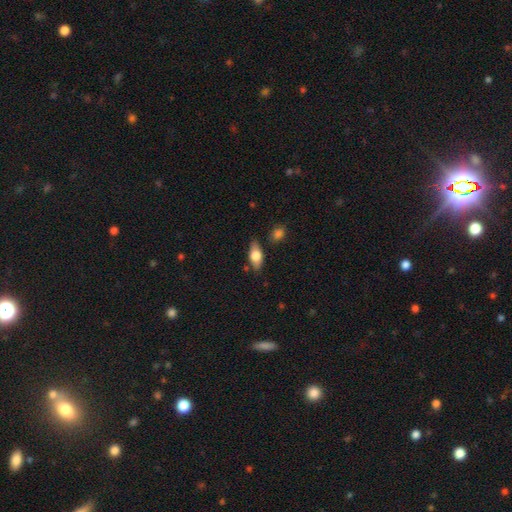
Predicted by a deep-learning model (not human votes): smooth-or-featured: smooth: 64% | featured or disk: 29% | star or artifact: 7%
  how-rounded: in between: 81% | cigar-shaped: 13% | round: 6%
  merging: none: 76% | minor disturbance: 16% | major disturbance: 4% | merger: 4%